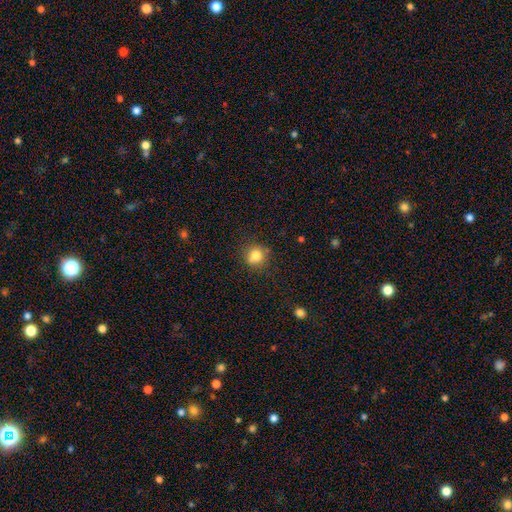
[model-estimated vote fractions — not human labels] Smooth or featured: smooth — 81% (star or artifact — 12%)
How rounded: round — 87% (in between — 12%)
Merging: none — 83% (minor disturbance — 12%)